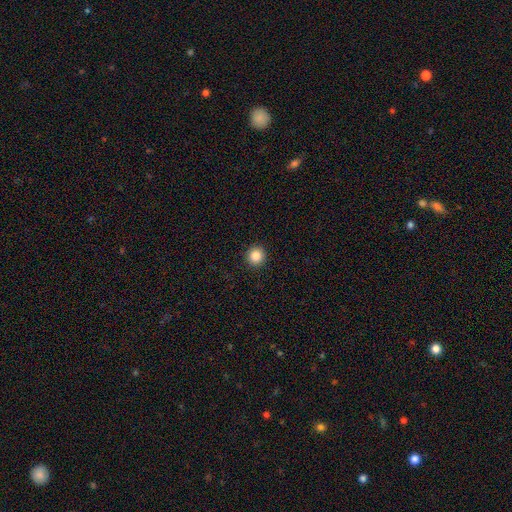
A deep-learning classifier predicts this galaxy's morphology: The model was most divided on "smooth or featured": smooth: 86%, star or artifact: 10%, featured or disk: 4%. More confident: merging — none (93%); how rounded — round (92%).